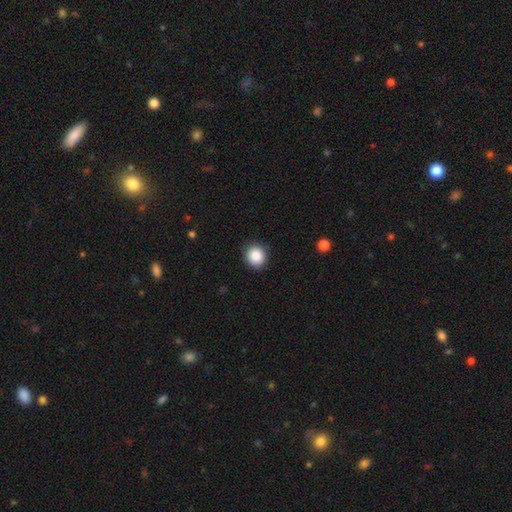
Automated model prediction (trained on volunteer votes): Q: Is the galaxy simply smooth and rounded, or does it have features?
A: smooth — 89%.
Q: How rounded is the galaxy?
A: round — 82%.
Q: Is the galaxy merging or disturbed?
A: none — 89%.